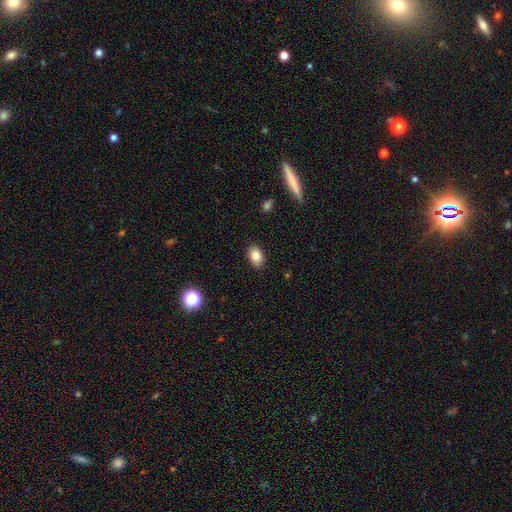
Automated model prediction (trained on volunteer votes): Smooth or featured? Predicted: smooth (p=0.82). How rounded? Predicted: in between (p=0.83). Merging? Predicted: none (p=0.88).